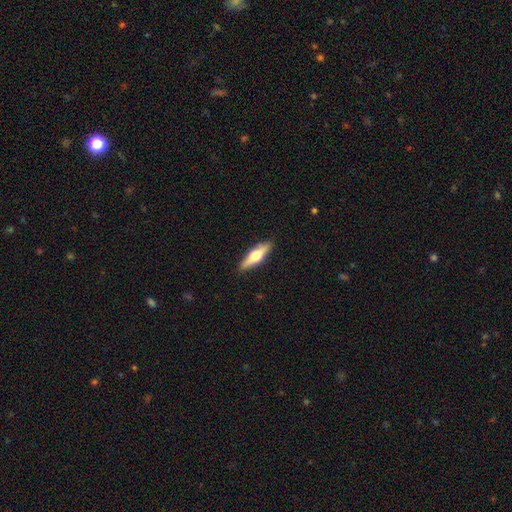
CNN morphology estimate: Q: Smooth or featured?
A: featured or disk (51%); runner-up: smooth (43%)
Q: Edge-on disk?
A: yes (94%); runner-up: no (6%)
Q: Merging?
A: none (90%); runner-up: minor disturbance (7%)